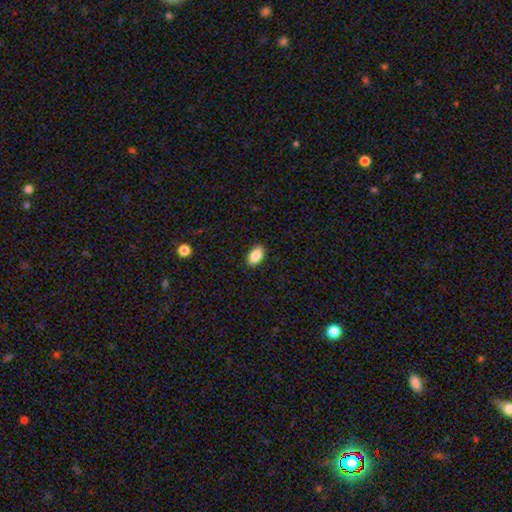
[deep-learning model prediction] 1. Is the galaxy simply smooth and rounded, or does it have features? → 87% smooth, 8% star or artifact, 5% featured or disk.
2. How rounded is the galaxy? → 92% in between, 5% round, 2% cigar-shaped.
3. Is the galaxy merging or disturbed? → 90% none, 7% minor disturbance, 2% major disturbance, 1% merger.